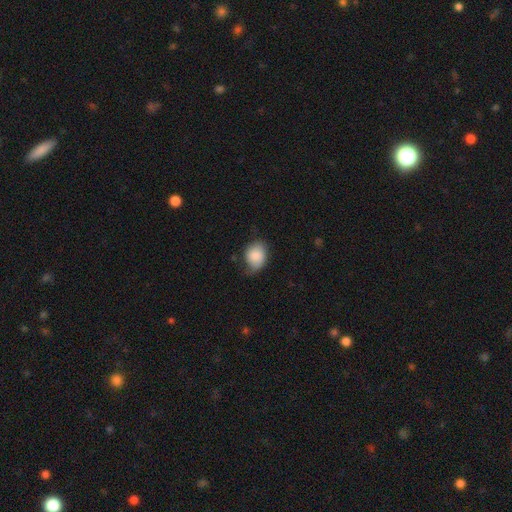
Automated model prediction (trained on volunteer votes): smooth-or-featured: smooth: 81% | featured or disk: 12% | star or artifact: 7%
  how-rounded: in between: 58% | round: 41% | cigar-shaped: 1%
  merging: none: 50% | minor disturbance: 37% | major disturbance: 11% | merger: 2%